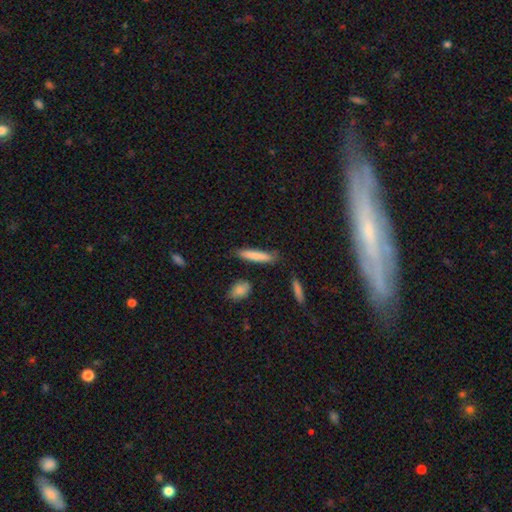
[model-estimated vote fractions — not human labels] Smooth or featured?
  - smooth: 82% *
  - featured or disk: 12%
  - star or artifact: 6%
How rounded?
  - cigar-shaped: 87% *
  - in between: 12%
  - round: 1%
Merging?
  - none: 83% *
  - minor disturbance: 11%
  - merger: 3%
  - major disturbance: 2%